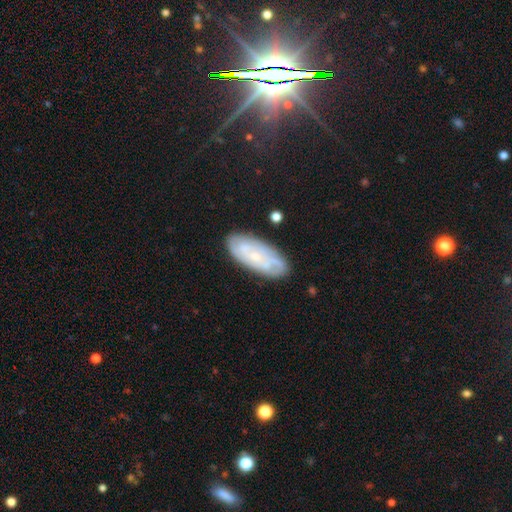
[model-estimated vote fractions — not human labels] Smooth or featured?
  - featured or disk: 57% *
  - smooth: 35%
  - star or artifact: 8%
Edge-on disk?
  - no: 90% *
  - yes: 10%
Bar?
  - no: 78% *
  - weak: 18%
  - strong: 4%
Spiral arms?
  - yes: 77% *
  - no: 23%
Bulge size?
  - small: 76% *
  - moderate: 16%
  - none: 5%
  - large: 1%
  - dominant: 1%
Merging?
  - none: 79% *
  - minor disturbance: 15%
  - major disturbance: 4%
  - merger: 2%